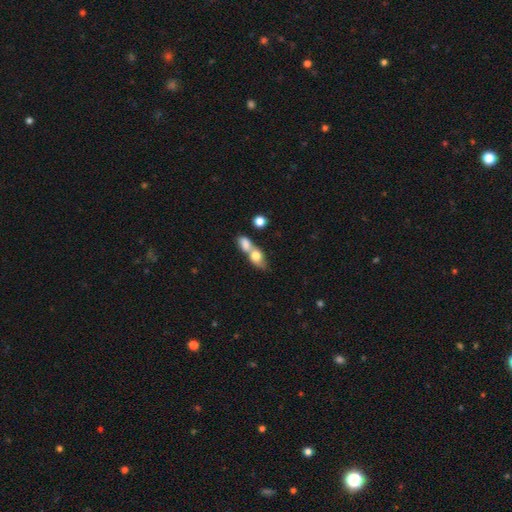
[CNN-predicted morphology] smooth 69%, featured or disk 23%, star or artifact 8%. Down the decision tree: how rounded — in between (62%); merging — merger (70%).